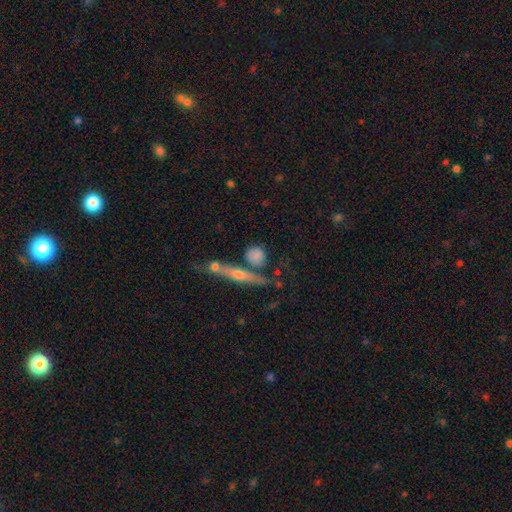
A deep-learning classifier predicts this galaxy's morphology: smooth_or_featured: smooth (p=0.70) [alt: featured or disk p=0.21]
how_rounded: round (p=0.69) [alt: in between p=0.18]
merging: none (p=0.63) [alt: merger p=0.16]